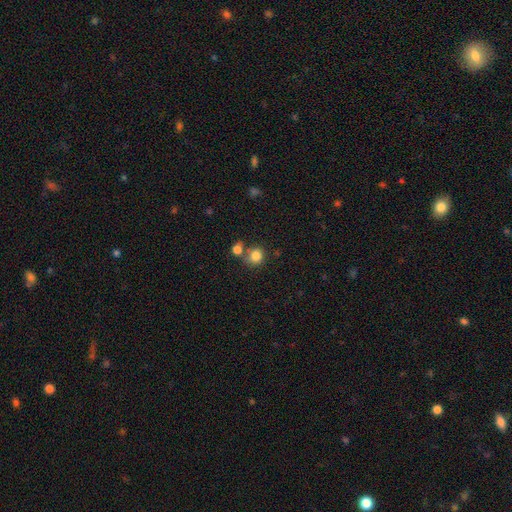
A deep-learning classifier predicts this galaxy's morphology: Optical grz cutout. It shows a smooth galaxy with no disk features (83%) that is round (84%). Merging: none (60%).